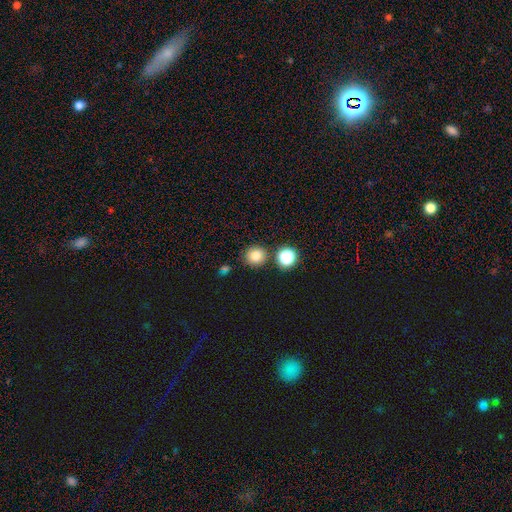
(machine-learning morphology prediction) Smooth or featured? Predicted: smooth (p=0.80). How rounded? Predicted: round (p=0.90). Merging? Predicted: none (p=0.82).